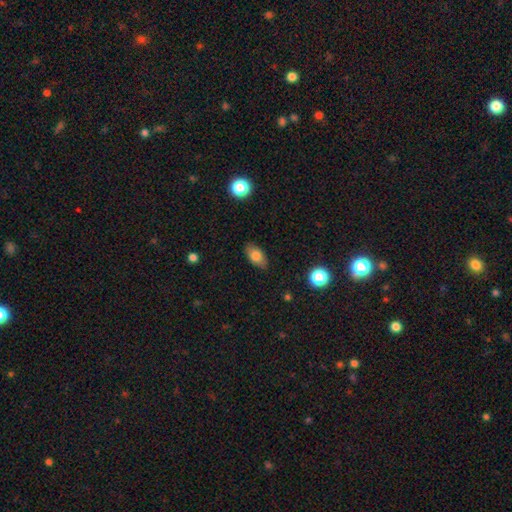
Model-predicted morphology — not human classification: This appears to be a smooth galaxy with no disk features (78%) that is in between round and cigar-shaped (90%). Merging: none (84%).